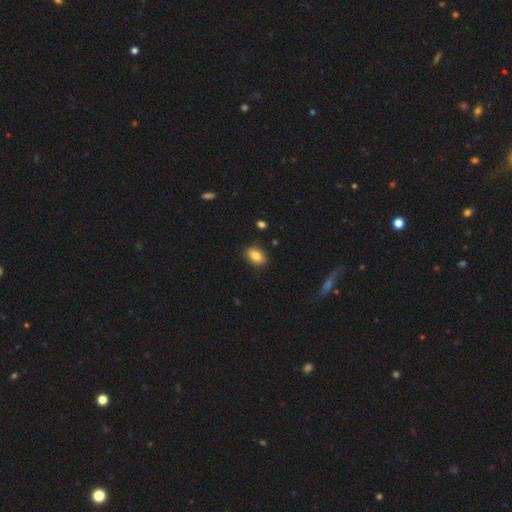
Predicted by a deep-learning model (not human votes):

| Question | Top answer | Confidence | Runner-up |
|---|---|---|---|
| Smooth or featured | smooth | 85% | star or artifact (8%) |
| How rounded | in between | 83% | round (16%) |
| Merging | none | 86% | minor disturbance (10%) |